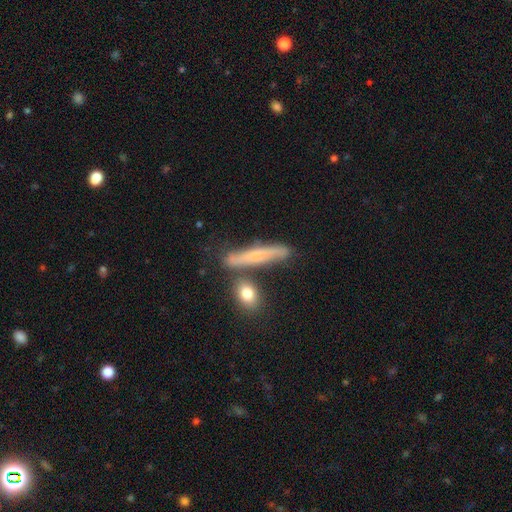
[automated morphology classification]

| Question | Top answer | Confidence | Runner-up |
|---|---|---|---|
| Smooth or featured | smooth | 48% | featured or disk (43%) |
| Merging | none | 65% | minor disturbance (18%) |